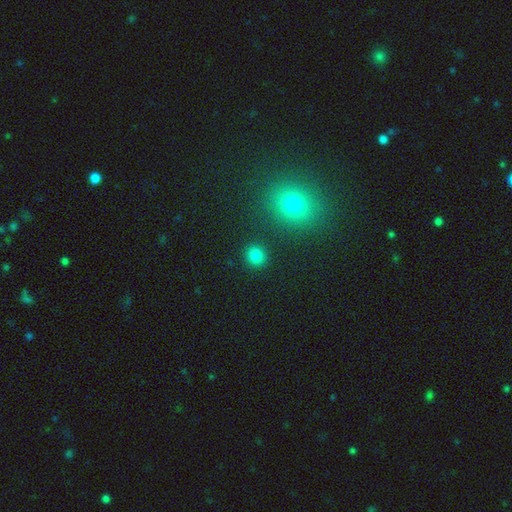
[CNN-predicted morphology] A smooth galaxy with no disk features (82%) that is round (81%). Merging: none (89%).